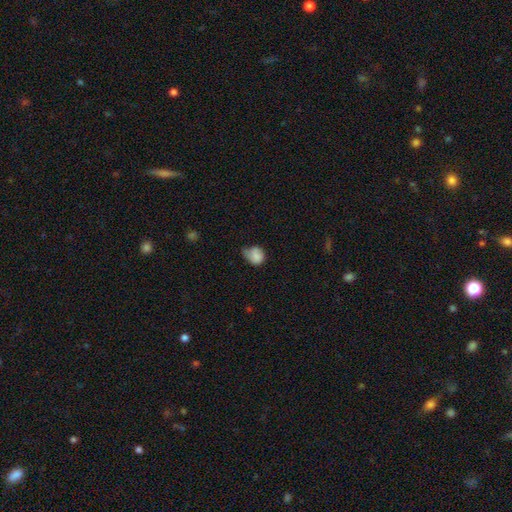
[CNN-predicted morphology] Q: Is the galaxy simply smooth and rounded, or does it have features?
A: smooth — 79%.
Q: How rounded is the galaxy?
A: round — 55%.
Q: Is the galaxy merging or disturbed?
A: minor disturbance — 43%.